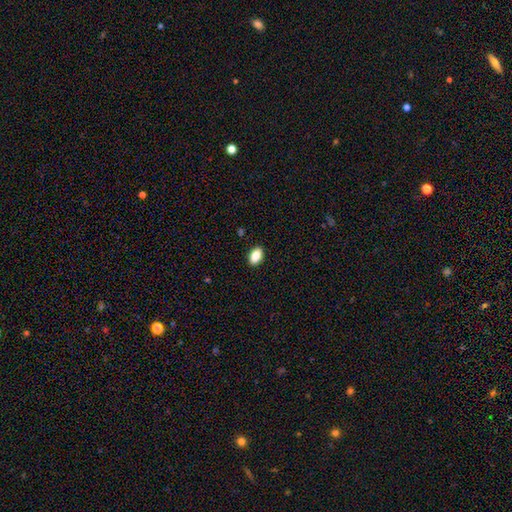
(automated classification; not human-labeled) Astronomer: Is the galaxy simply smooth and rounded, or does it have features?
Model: smooth — 86%.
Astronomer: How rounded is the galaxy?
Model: in between — 90%.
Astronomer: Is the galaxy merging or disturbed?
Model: none — 89%.